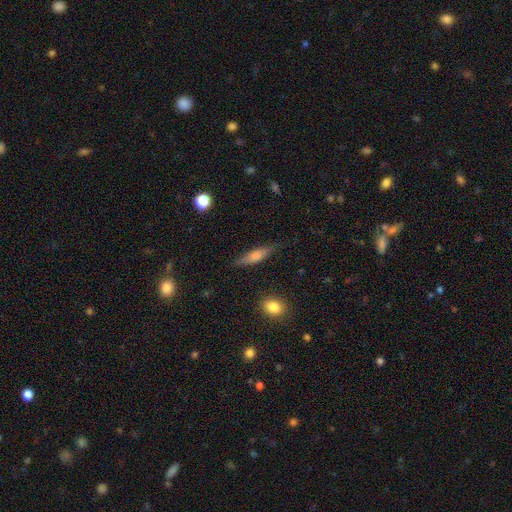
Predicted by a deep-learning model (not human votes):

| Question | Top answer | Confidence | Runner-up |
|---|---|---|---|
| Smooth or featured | smooth | 62% | featured or disk (31%) |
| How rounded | cigar-shaped | 66% | in between (31%) |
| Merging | none | 78% | minor disturbance (16%) |